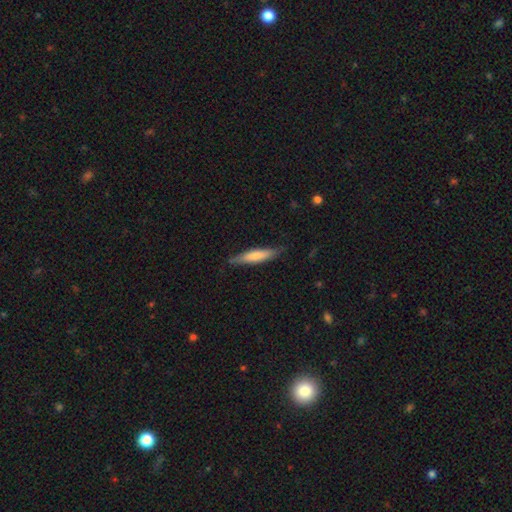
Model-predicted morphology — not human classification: This appears to be a smooth galaxy with no disk features (71%) that is cigar-shaped (85%). Merging: none (81%).